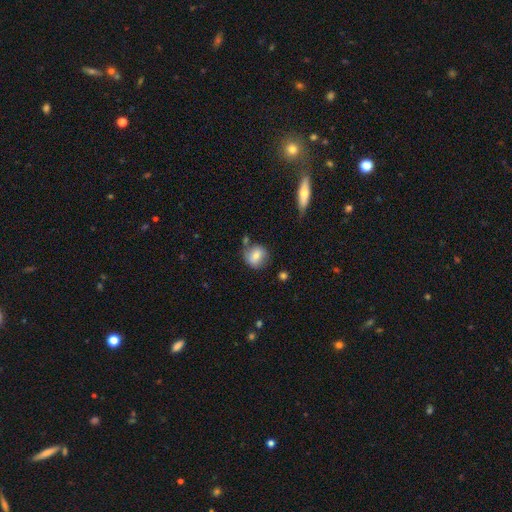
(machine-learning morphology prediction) Q: Smooth or featured?
A: smooth (73%); runner-up: featured or disk (18%)
Q: How rounded?
A: round (80%); runner-up: in between (19%)
Q: Merging?
A: none (63%); runner-up: minor disturbance (20%)